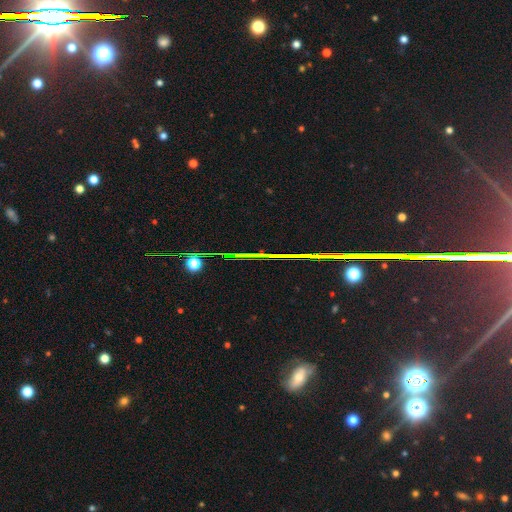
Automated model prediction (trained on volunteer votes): A star or artifact, not a galaxy (77%).